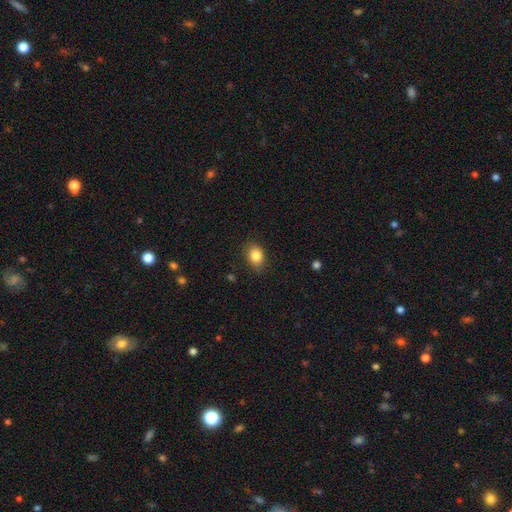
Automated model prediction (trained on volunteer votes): The model was most divided on "how rounded": in between: 70%, round: 29%, cigar-shaped: 1%. More confident: smooth or featured — smooth (85%); merging — none (84%).